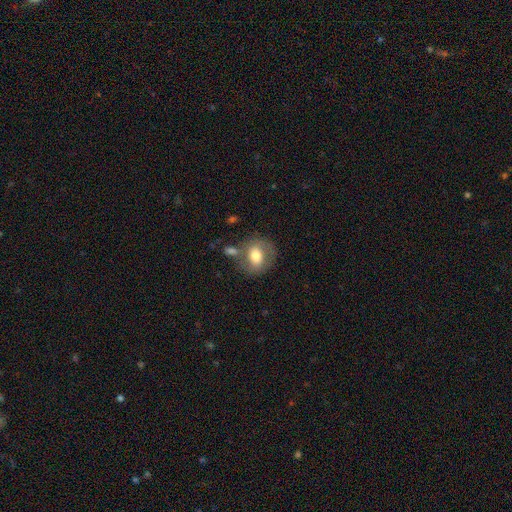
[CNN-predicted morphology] This appears to be a smooth galaxy with no disk features (63%) that is round (61%). Merging: none (60%).